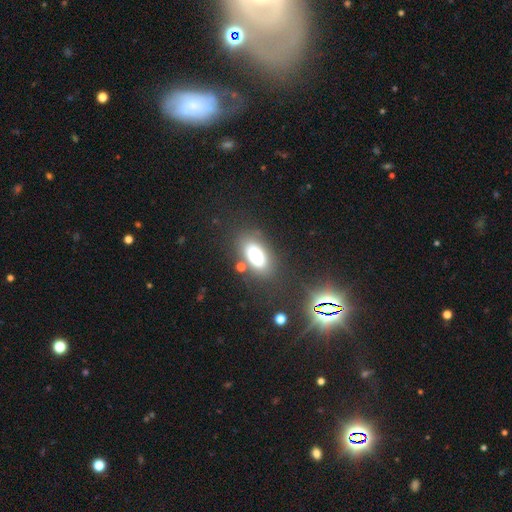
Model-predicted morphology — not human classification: smooth 70%, featured or disk 18%, star or artifact 12%. Down the decision tree: how rounded — in between (90%); merging — none (76%).